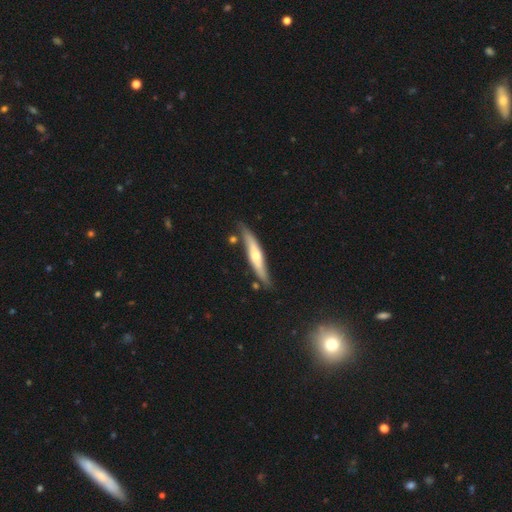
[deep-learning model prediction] Smooth or featured? Predicted: featured or disk (p=0.57). Edge-on disk? Predicted: yes (p=0.84). Merging? Predicted: none (p=0.76).